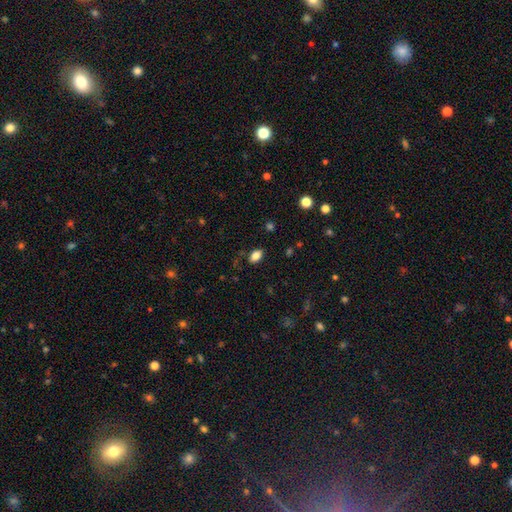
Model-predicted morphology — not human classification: type=smooth (83%); roundness=in between (89%); merging=none (84%).